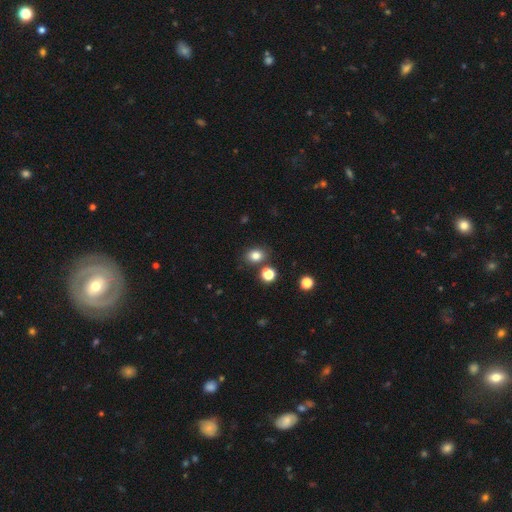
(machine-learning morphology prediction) A smooth galaxy with no disk features (81%) that is round (50%).

Vote fractions:
- Smooth or featured? smooth: 81% / star or artifact: 13% / featured or disk: 6%
- How rounded? round: 50% / in between: 49% / cigar-shaped: 1%
- Merging? none: 77% / minor disturbance: 11% / merger: 9% / major disturbance: 3%